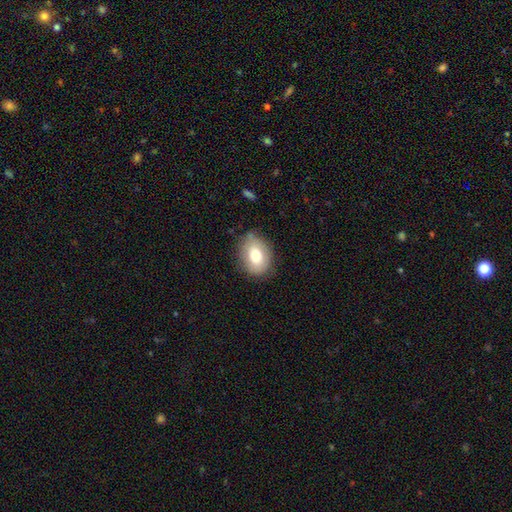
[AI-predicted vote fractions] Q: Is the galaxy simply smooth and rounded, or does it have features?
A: smooth — 76%.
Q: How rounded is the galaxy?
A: in between — 70%.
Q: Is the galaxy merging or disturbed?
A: none — 76%.